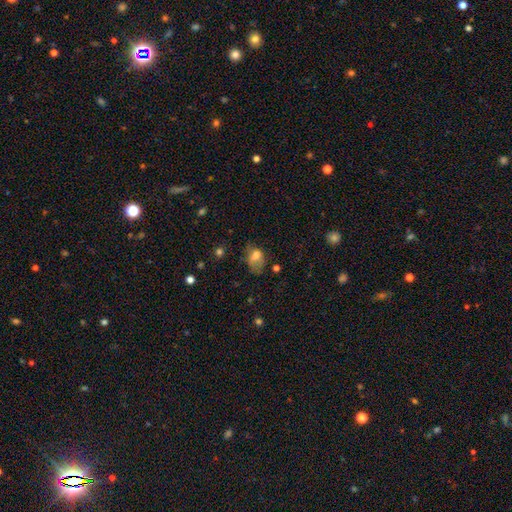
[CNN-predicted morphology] smooth-or-featured: smooth: 64% | featured or disk: 23% | star or artifact: 13%
  how-rounded: in between: 77% | round: 21% | cigar-shaped: 2%
  merging: none: 35% | major disturbance: 32% | minor disturbance: 29% | merger: 5%